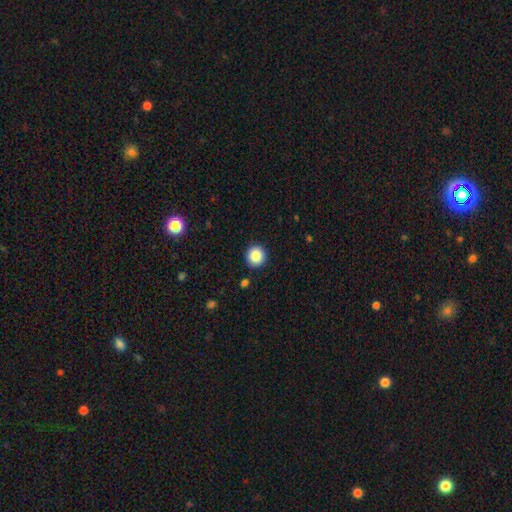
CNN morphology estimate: Smooth or featured: smooth — 86% (star or artifact — 9%)
How rounded: round — 93% (in between — 6%)
Merging: none — 91% (minor disturbance — 6%)